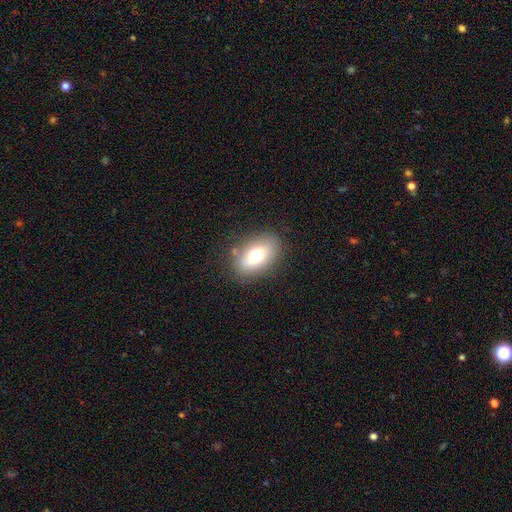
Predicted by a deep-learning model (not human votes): This is likely a smooth galaxy (72%). How rounded: clearly in between (87%). Merging: likely none (80%).